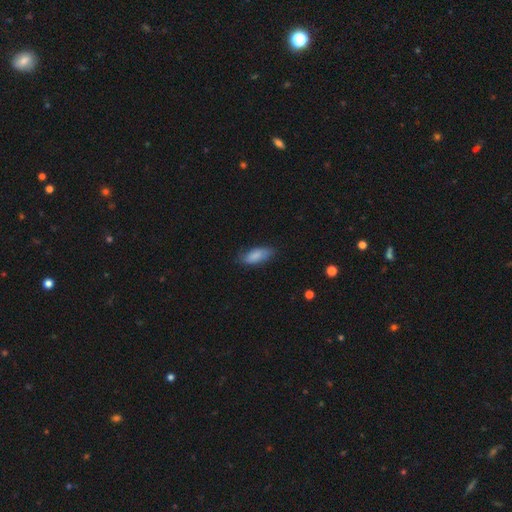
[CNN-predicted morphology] Smooth or featured? smooth (85%)
How rounded? in between (79%)
Merging? none (75%)